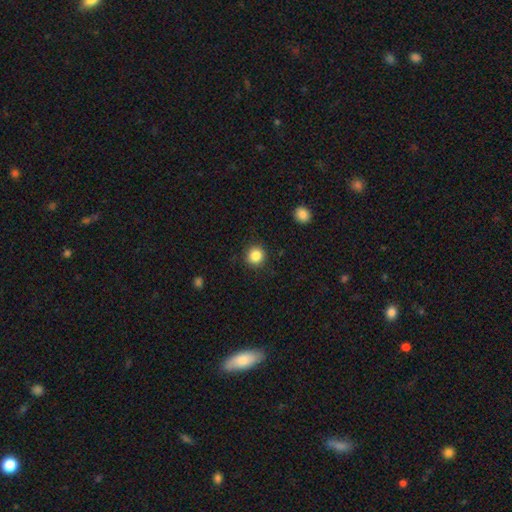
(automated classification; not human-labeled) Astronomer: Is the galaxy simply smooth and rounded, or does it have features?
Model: smooth — 86%.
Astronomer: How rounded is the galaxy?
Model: round — 93%.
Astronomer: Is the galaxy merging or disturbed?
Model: none — 91%.